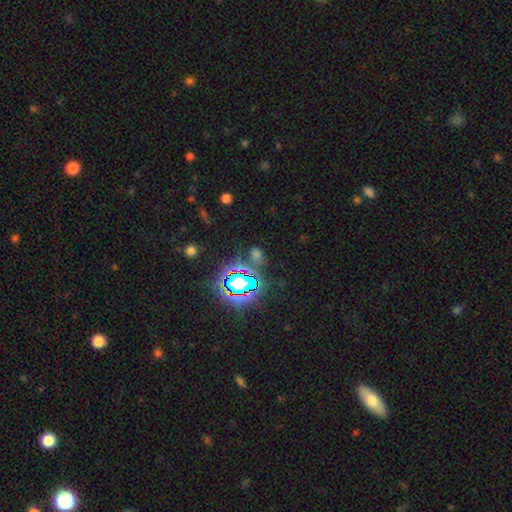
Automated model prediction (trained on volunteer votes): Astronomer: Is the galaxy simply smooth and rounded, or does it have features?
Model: star or artifact — 58% (runner-up: smooth, 33%).